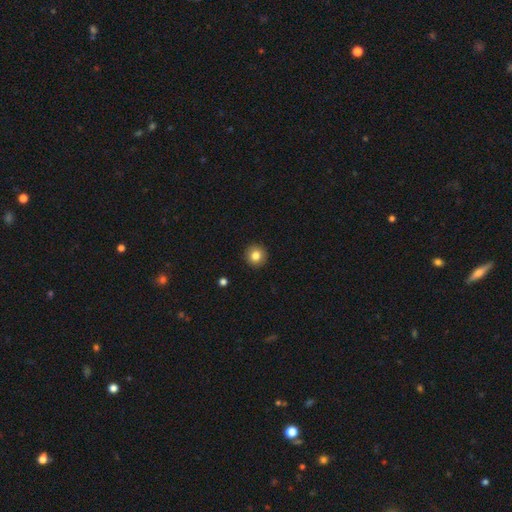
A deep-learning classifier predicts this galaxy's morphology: This is clearly a smooth galaxy (82%). How rounded: clearly round (95%). Merging: clearly none (93%).